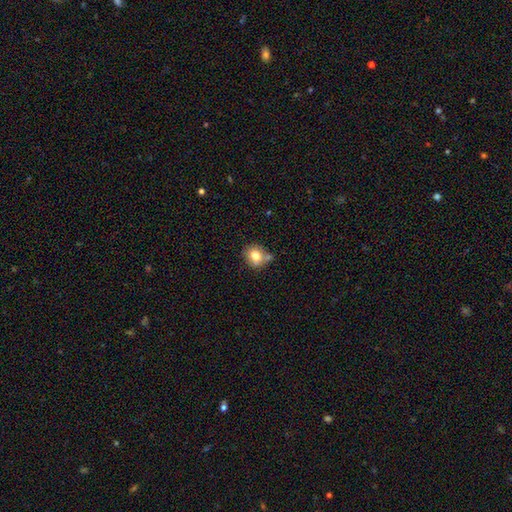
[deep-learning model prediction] A smooth galaxy with no disk features (77%) that is round (65%). Merging: none (57%).